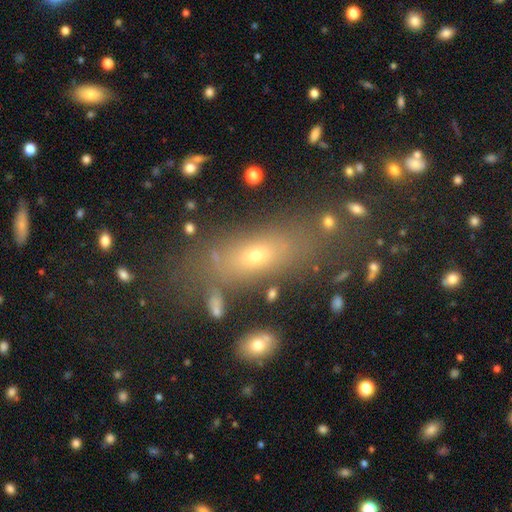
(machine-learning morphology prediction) A smooth galaxy with no disk features (61%) that is in between round and cigar-shaped (70%).

Vote fractions:
- Smooth or featured? smooth: 61% / featured or disk: 23% / star or artifact: 17%
- How rounded? in between: 70% / cigar-shaped: 20% / round: 10%
- Merging? none: 64% / minor disturbance: 16% / major disturbance: 11% / merger: 9%